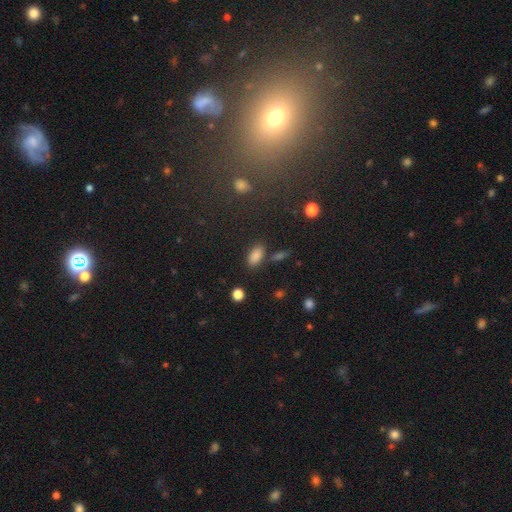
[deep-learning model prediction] Smooth or featured: smooth — 85% (star or artifact — 10%)
How rounded: in between — 91% (round — 5%)
Merging: none — 77% (minor disturbance — 13%)